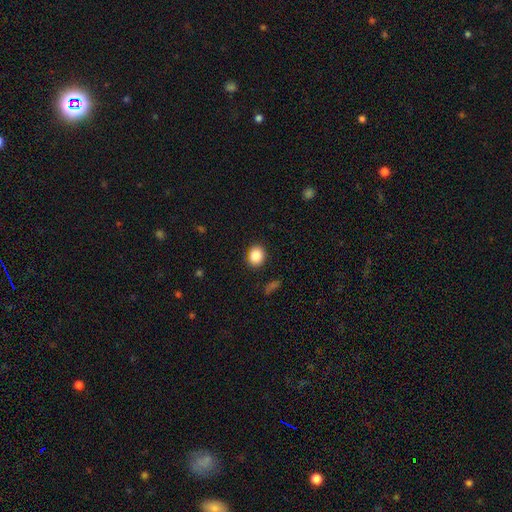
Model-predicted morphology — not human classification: The model was most divided on "how rounded": round: 68%, in between: 31%, cigar-shaped: 1%. More confident: merging — none (89%); smooth or featured — smooth (86%).